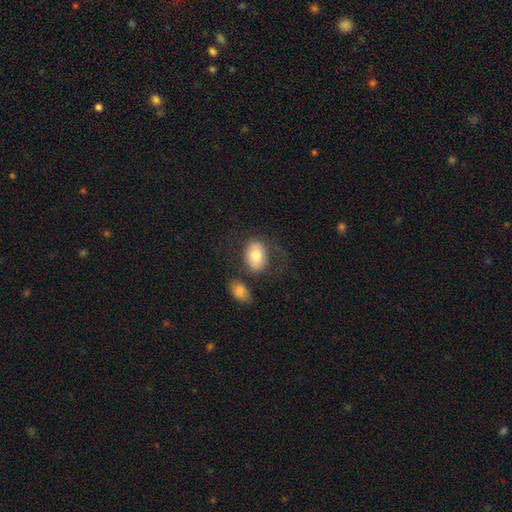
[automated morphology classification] smooth_or_featured: smooth (p=0.72) [alt: featured or disk p=0.22]
how_rounded: in between (p=0.72) [alt: round p=0.27]
merging: none (p=0.53) [alt: minor disturbance p=0.18]